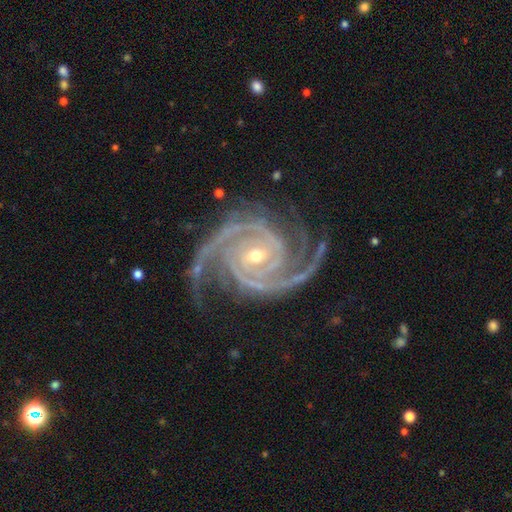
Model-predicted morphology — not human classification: Smooth or featured?
  - featured or disk: 94% *
  - star or artifact: 4%
  - smooth: 2%
Edge-on disk?
  - no: 98% *
  - yes: 2%
Bar?
  - no: 54% *
  - weak: 26%
  - strong: 19%
Spiral arms?
  - yes: 99% *
  - no: 1%
Spiral winding?
  - tight: 61% *
  - medium: 35%
  - loose: 4%
Spiral arm count?
  - 2: 42% *
  - 3: 29%
  - 4: 10%
  - can't tell: 7%
  - more than 4: 6%
  - 1: 6%
Bulge size?
  - small: 57% *
  - moderate: 41%
  - large: 1%
  - none: 1%
  - dominant: 1%
Merging?
  - none: 76% *
  - minor disturbance: 15%
  - major disturbance: 7%
  - merger: 2%